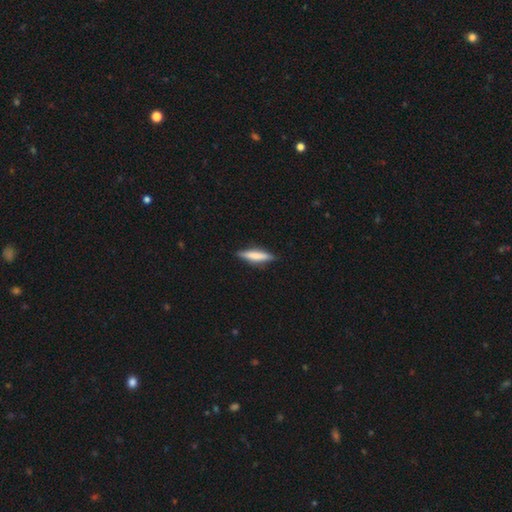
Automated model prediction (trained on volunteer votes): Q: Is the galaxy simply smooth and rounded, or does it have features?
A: smooth — 64%.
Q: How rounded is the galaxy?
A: cigar-shaped — 80%.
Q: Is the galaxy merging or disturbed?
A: none — 87%.